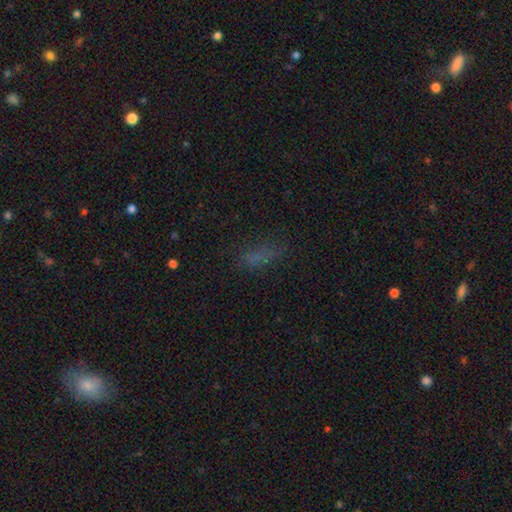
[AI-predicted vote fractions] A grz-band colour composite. It shows a smooth galaxy with no disk features (63%) that is in between round and cigar-shaped (59%). Merging: none (67%).